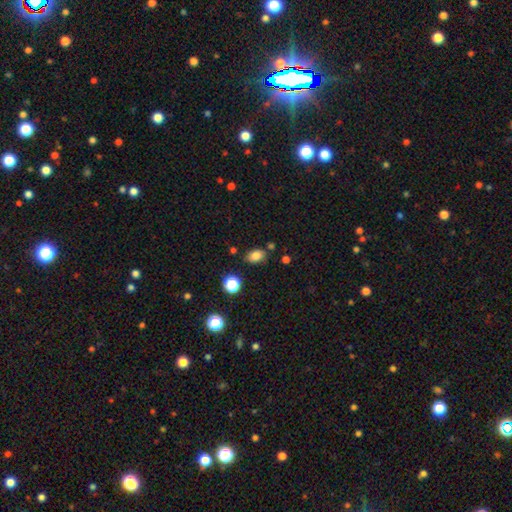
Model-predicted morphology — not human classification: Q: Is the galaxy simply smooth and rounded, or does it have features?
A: smooth — 82%.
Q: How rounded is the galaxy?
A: in between — 79%.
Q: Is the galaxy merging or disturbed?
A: none — 79%.